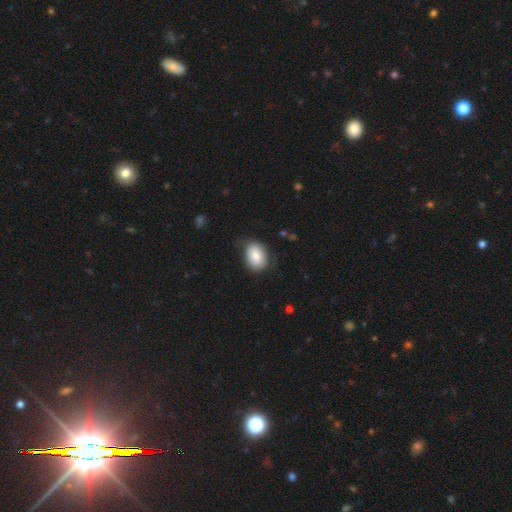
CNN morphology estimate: Smooth or featured: smooth — 77% (featured or disk — 15%)
How rounded: in between — 71% (round — 28%)
Merging: none — 70% (minor disturbance — 22%)